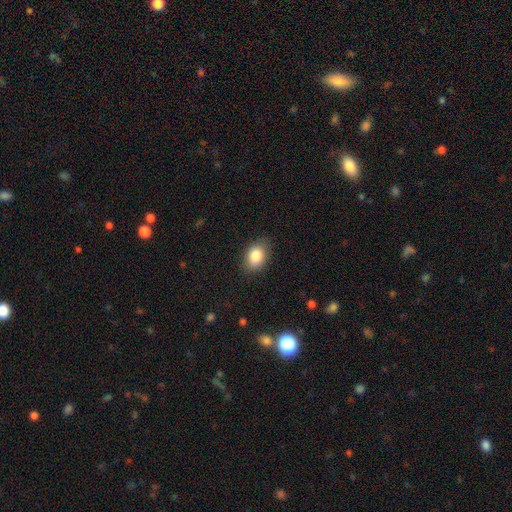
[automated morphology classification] This appears to be a smooth galaxy with no disk features (85%) that is in between round and cigar-shaped (80%). Merging: none (84%).